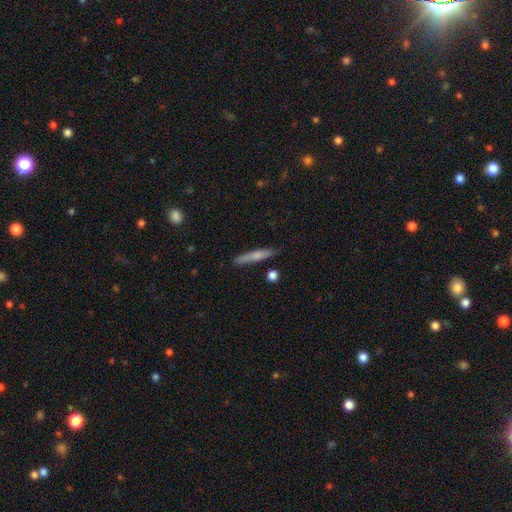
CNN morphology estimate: Smooth or featured? smooth (66%)
How rounded? cigar-shaped (92%)
Merging? none (82%)